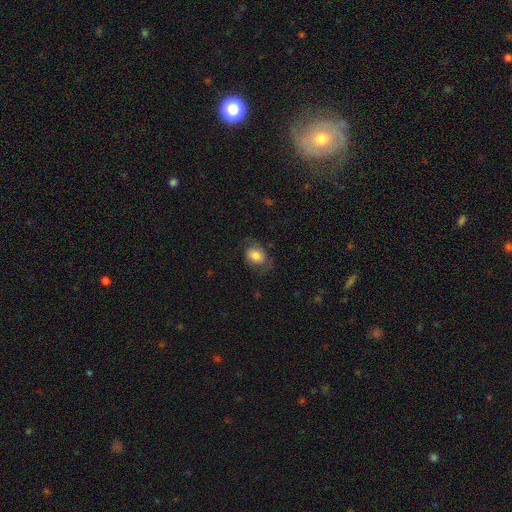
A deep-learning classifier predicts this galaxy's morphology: Smooth or featured? smooth (66%)
How rounded? in between (60%)
Merging? none (63%)